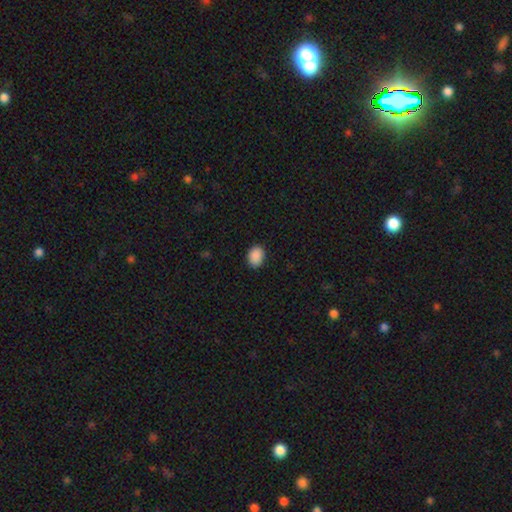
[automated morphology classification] This appears to be a smooth galaxy with no disk features (90%) that is in between round and cigar-shaped (70%). Merging: none (87%).